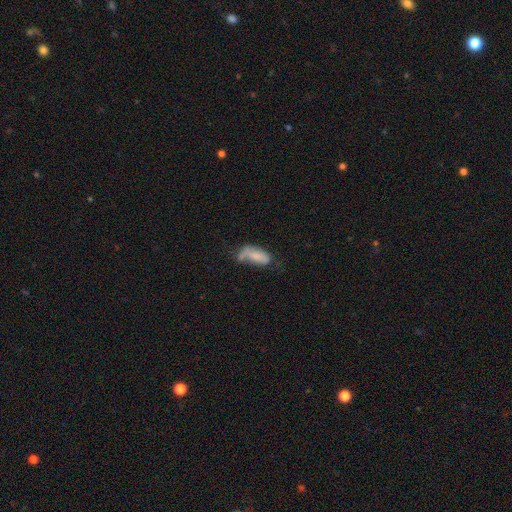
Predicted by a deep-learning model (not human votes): A smooth galaxy with no disk features (73%) that is in between round and cigar-shaped (83%).

Vote fractions:
- Smooth or featured? smooth: 73% / featured or disk: 19% / star or artifact: 8%
- How rounded? in between: 83% / cigar-shaped: 14% / round: 3%
- Merging? none: 31% / minor disturbance: 26% / merger: 22% / major disturbance: 21%